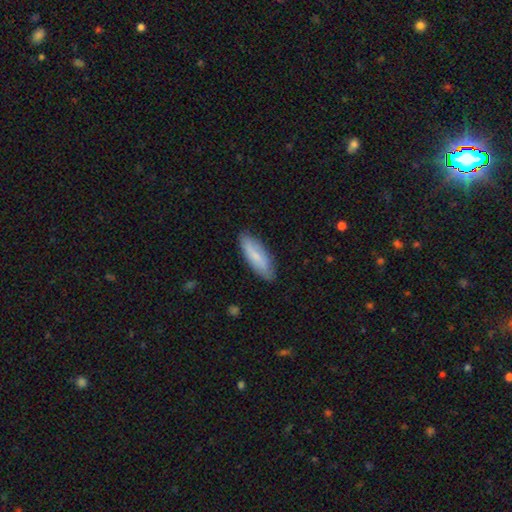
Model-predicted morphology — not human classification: A smooth galaxy with no disk features (73%) that is in between round and cigar-shaped (57%).

Vote fractions:
- Smooth or featured? smooth: 73% / featured or disk: 22% / star or artifact: 6%
- How rounded? in between: 57% / cigar-shaped: 42% / round: 2%
- Merging? none: 84% / minor disturbance: 12% / major disturbance: 2% / merger: 1%